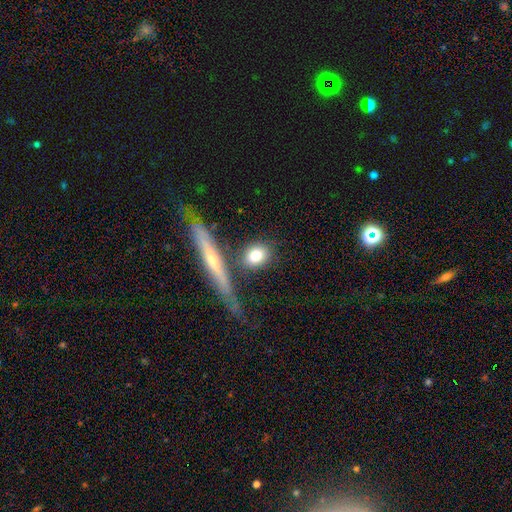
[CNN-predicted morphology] Smooth or featured: smooth — 76% (featured or disk — 16%)
How rounded: round — 50% (in between — 40%)
Merging: none — 75% (minor disturbance — 11%)